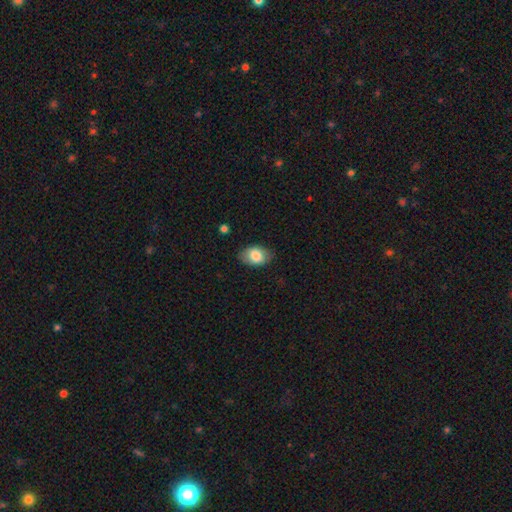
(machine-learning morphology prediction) smooth 80%, featured or disk 12%, star or artifact 7%. Down the decision tree: how rounded — in between (84%); merging — none (81%).